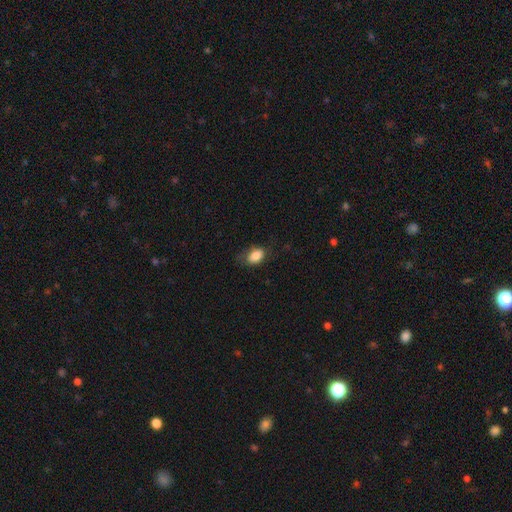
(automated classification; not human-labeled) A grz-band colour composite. It shows a smooth galaxy with no disk features (84%) that is in between round and cigar-shaped (82%). Merging: none (62%).